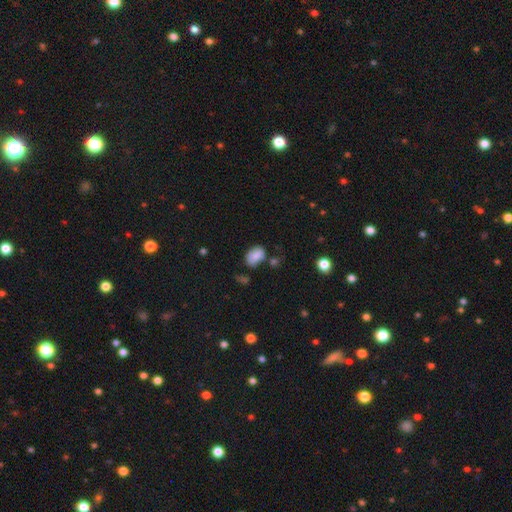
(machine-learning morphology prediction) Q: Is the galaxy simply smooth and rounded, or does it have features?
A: smooth — 80%.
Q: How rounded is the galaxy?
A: in between — 81%.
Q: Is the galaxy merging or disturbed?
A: none — 52%.